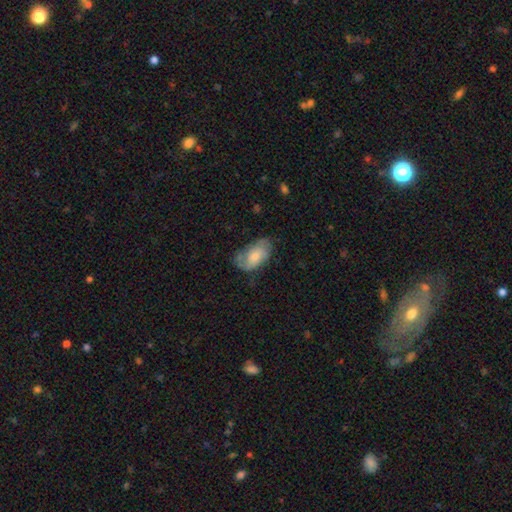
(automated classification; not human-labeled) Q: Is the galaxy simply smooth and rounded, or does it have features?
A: smooth — 50%.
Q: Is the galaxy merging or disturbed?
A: none — 59%.